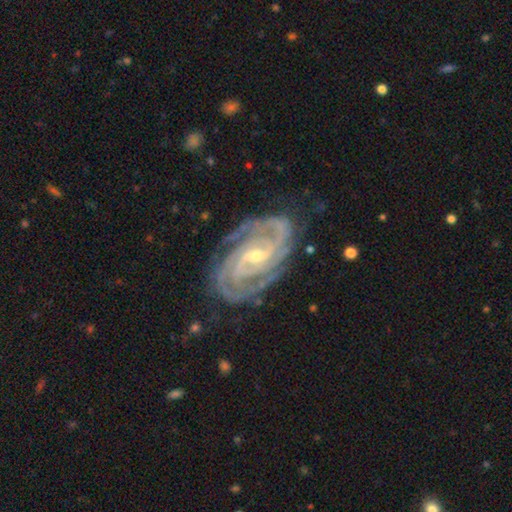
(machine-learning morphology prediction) A featured or disk galaxy (92%) with a weak bar (45%), 3 (31%, tied with 2) tight (74%) spiral arms (99%) and a small central bulge (54%). Merging: none (79%).